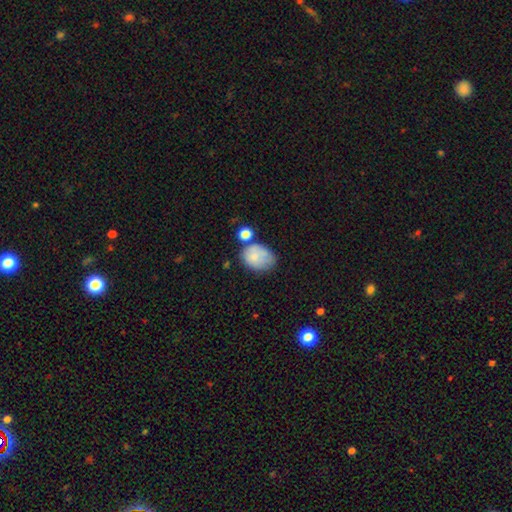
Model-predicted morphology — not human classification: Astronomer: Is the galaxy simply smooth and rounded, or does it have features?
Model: smooth — 75%.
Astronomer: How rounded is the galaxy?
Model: in between — 67%.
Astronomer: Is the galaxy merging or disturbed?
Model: none — 43% (runner-up: minor disturbance, 29%).